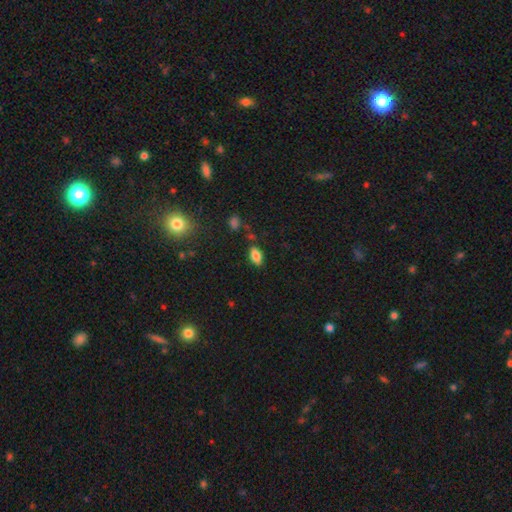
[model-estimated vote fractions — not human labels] Q: Smooth or featured?
A: smooth (83%); runner-up: star or artifact (10%)
Q: How rounded?
A: in between (91%); runner-up: round (5%)
Q: Merging?
A: none (81%); runner-up: minor disturbance (13%)